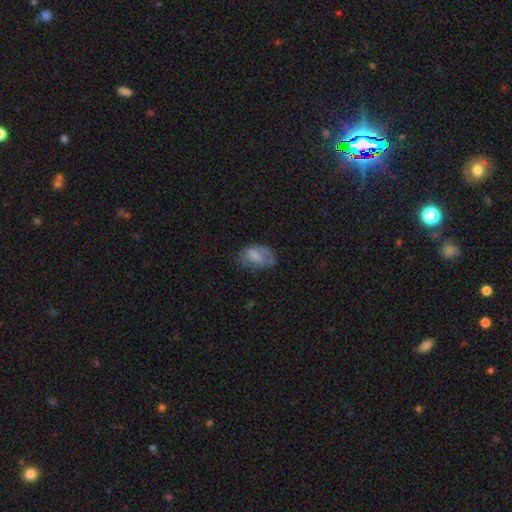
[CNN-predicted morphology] This is likely a smooth galaxy (60%). How rounded: clearly in between (85%). Merging: marginally none (45%).